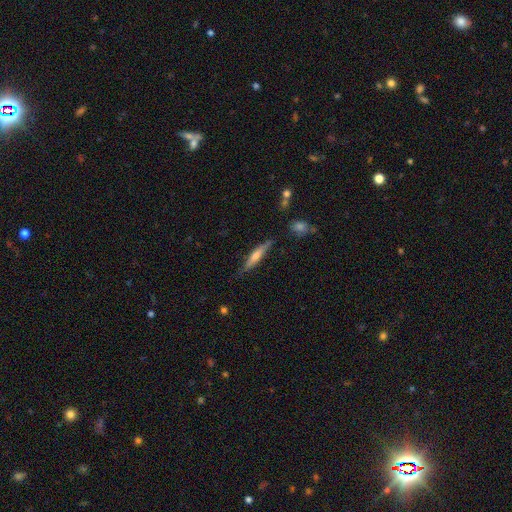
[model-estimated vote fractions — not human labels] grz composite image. It shows a featured or disk galaxy (53%) viewed edge-on (95%) with a rounded central bulge (75%). Merging: none (81%).